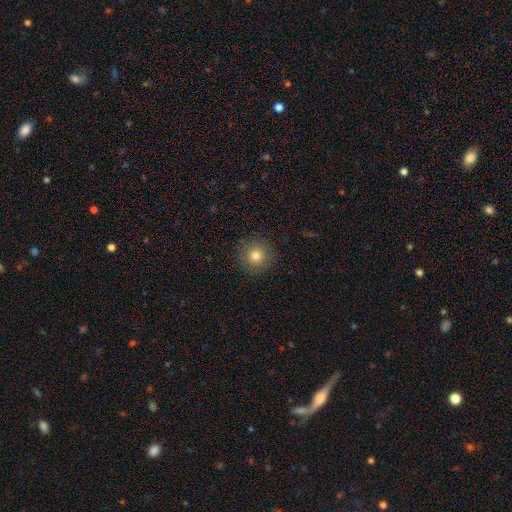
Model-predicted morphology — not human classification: Smooth or featured: smooth — 78% (star or artifact — 12%)
How rounded: round — 94% (in between — 5%)
Merging: none — 88% (minor disturbance — 8%)